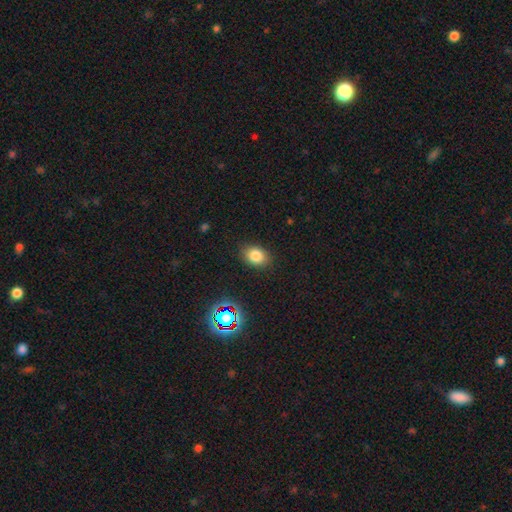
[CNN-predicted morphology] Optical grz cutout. It shows a smooth galaxy with no disk features (81%) that is in between round and cigar-shaped (71%). Merging: none (85%).